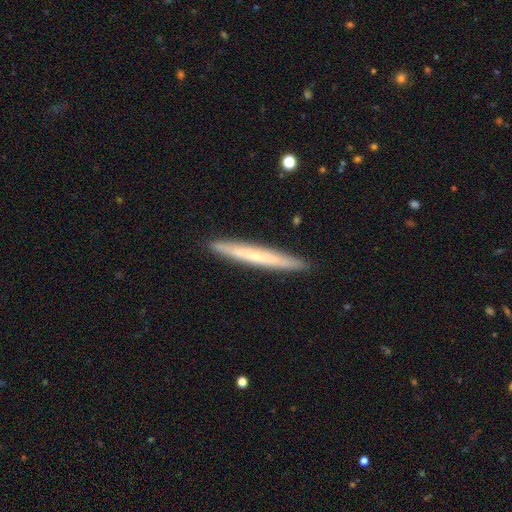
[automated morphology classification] A featured or disk galaxy (49%). Merging: none (92%).